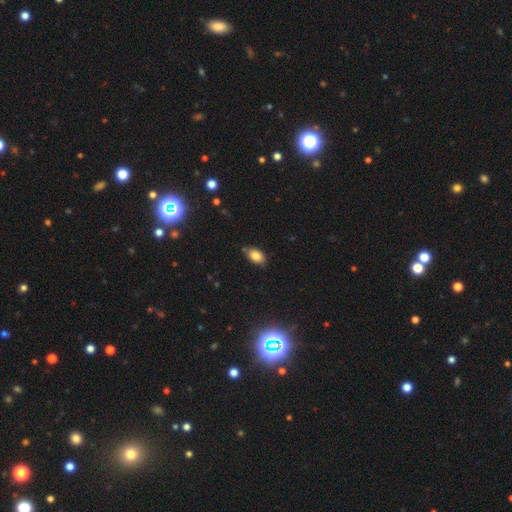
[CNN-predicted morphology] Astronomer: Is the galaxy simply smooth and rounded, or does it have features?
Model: smooth — 83%.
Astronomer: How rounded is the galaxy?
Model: in between — 89%.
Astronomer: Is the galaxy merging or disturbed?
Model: none — 78%.